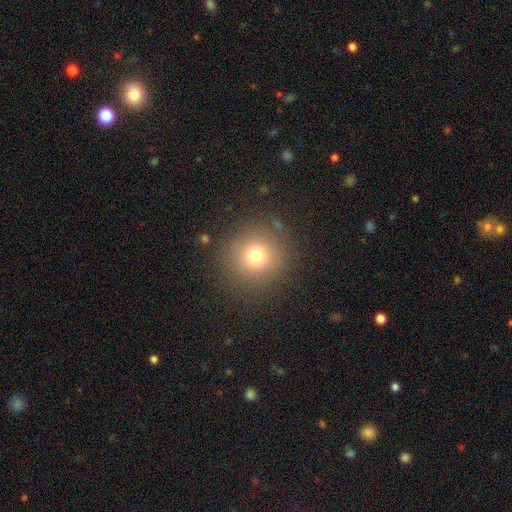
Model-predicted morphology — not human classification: Smooth or featured: smooth — 73% (star or artifact — 16%)
How rounded: round — 94% (in between — 5%)
Merging: none — 87% (minor disturbance — 8%)